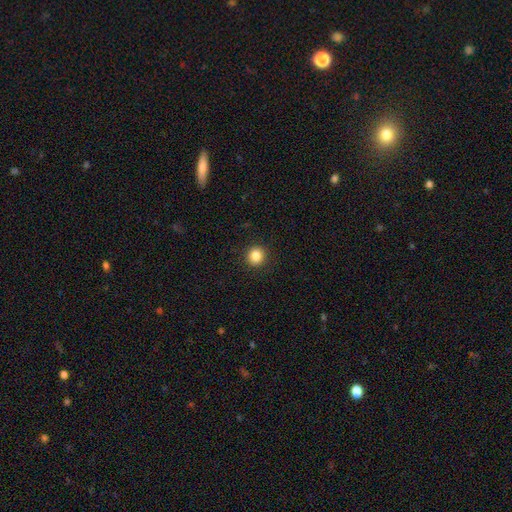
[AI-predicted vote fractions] Smooth or featured? smooth (85%)
How rounded? round (91%)
Merging? none (92%)